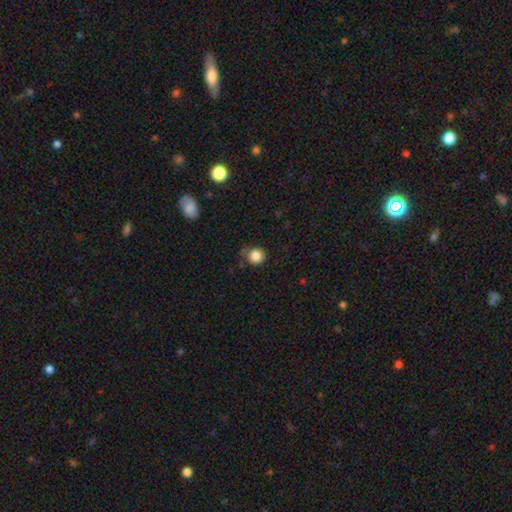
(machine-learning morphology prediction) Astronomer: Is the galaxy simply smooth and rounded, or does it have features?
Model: smooth — 85%.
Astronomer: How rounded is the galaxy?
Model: round — 89%.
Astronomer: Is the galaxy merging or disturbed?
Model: none — 67%.